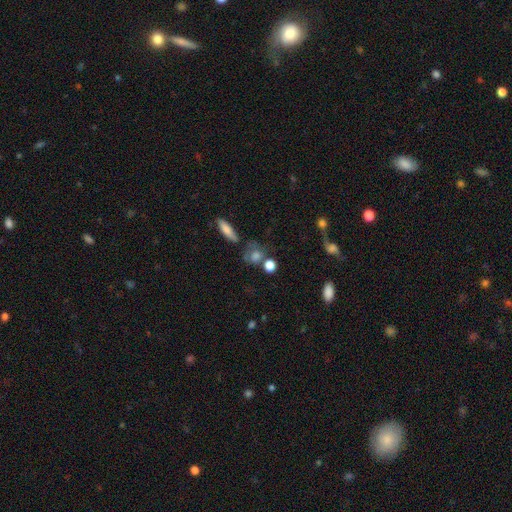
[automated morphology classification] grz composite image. It shows a smooth galaxy with no disk features (74%) that is round (70%). Merging: none (51%).